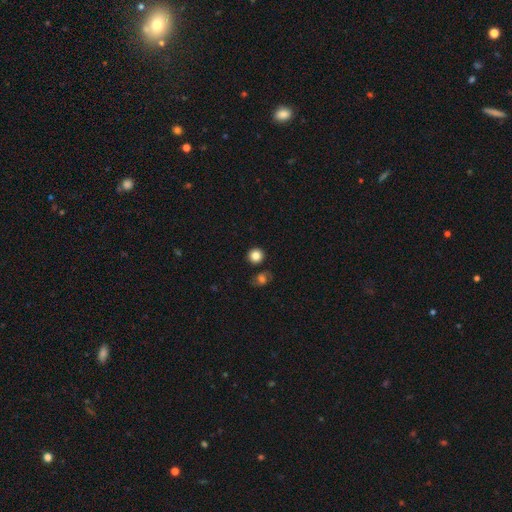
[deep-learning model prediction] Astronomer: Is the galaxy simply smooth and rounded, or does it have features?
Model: smooth — 84%.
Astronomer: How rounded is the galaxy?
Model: round — 92%.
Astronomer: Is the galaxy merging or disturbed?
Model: none — 85%.